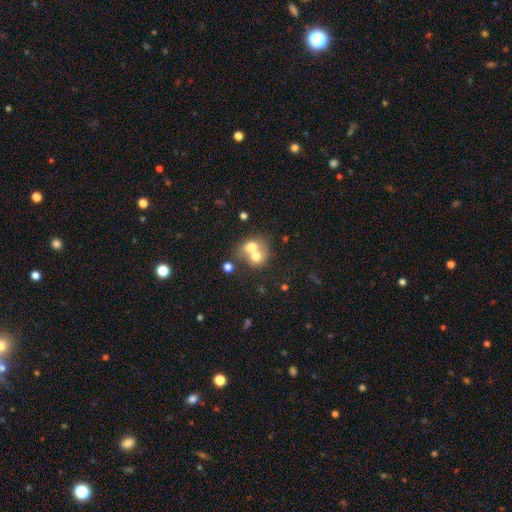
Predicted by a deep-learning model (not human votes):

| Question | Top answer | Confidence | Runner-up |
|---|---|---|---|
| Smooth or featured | smooth | 68% | featured or disk (22%) |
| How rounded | round | 64% | in between (35%) |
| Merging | merger | 68% | none (22%) |